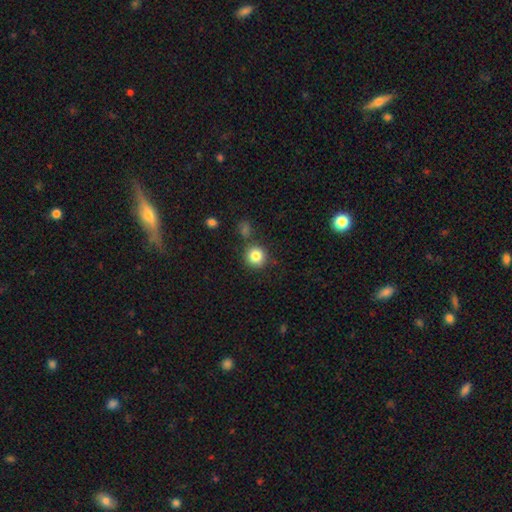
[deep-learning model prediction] A smooth galaxy with no disk features (84%) that is round (92%).

Vote fractions:
- Smooth or featured? smooth: 84% / star or artifact: 10% / featured or disk: 6%
- How rounded? round: 92% / in between: 7% / cigar-shaped: 1%
- Merging? none: 82% / minor disturbance: 9% / merger: 7% / major disturbance: 3%